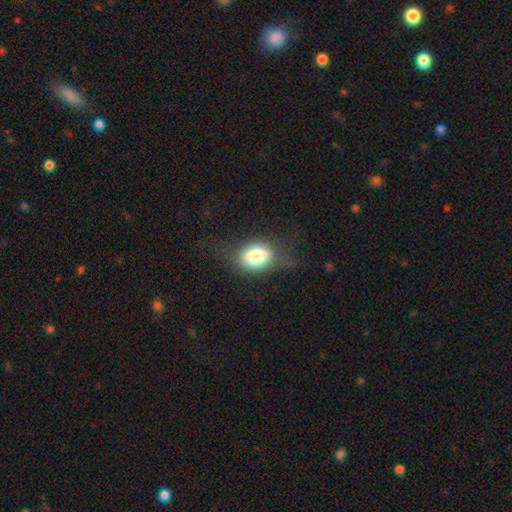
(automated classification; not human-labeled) Smooth or featured?
  - smooth: 68% *
  - featured or disk: 24%
  - star or artifact: 9%
How rounded?
  - in between: 75% *
  - round: 21%
  - cigar-shaped: 4%
Merging?
  - none: 60% *
  - minor disturbance: 23%
  - major disturbance: 16%
  - merger: 1%